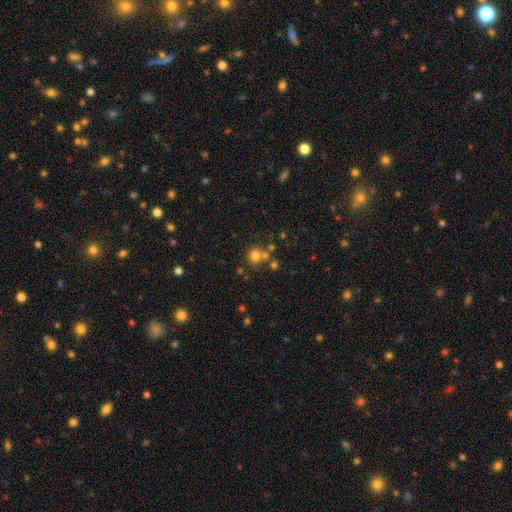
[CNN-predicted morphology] Q: Smooth or featured?
A: smooth (73%); runner-up: star or artifact (18%)
Q: How rounded?
A: round (88%); runner-up: in between (11%)
Q: Merging?
A: none (61%); runner-up: merger (26%)